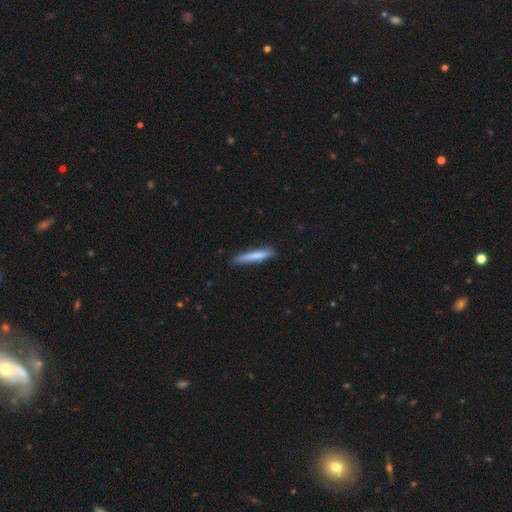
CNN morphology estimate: A smooth galaxy with no disk features (78%) that is cigar-shaped (93%).

Vote fractions:
- Smooth or featured? smooth: 78% / featured or disk: 16% / star or artifact: 5%
- How rounded? cigar-shaped: 93% / in between: 5% / round: 1%
- Merging? none: 79% / minor disturbance: 16% / major disturbance: 3% / merger: 2%